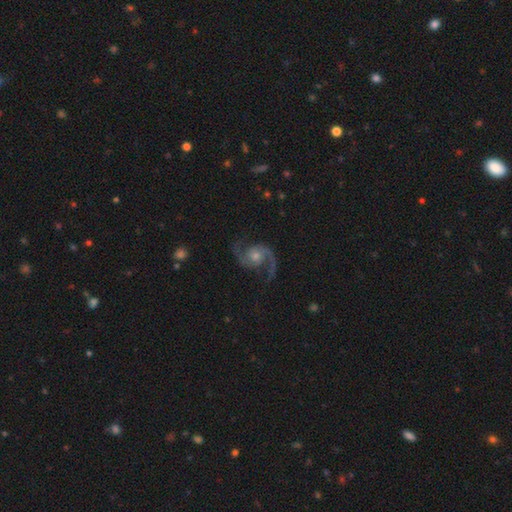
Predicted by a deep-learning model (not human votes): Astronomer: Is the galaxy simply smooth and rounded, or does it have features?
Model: featured or disk — 92%.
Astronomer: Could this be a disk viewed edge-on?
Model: no — 98%.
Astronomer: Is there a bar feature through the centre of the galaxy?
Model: no — 68%.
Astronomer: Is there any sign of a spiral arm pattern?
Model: yes — 98%.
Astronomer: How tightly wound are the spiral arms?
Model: medium — 55% (runner-up: loose, 33%).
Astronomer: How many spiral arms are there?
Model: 2 — 94%.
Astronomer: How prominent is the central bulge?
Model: moderate — 55% (runner-up: small, 33%).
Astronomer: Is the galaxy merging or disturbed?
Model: none — 81%.